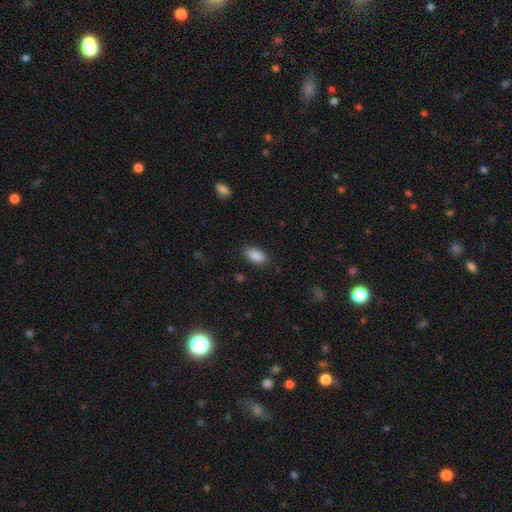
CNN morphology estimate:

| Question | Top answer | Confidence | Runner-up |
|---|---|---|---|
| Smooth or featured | smooth | 89% | star or artifact (7%) |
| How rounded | in between | 91% | cigar-shaped (6%) |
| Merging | none | 86% | minor disturbance (10%) |